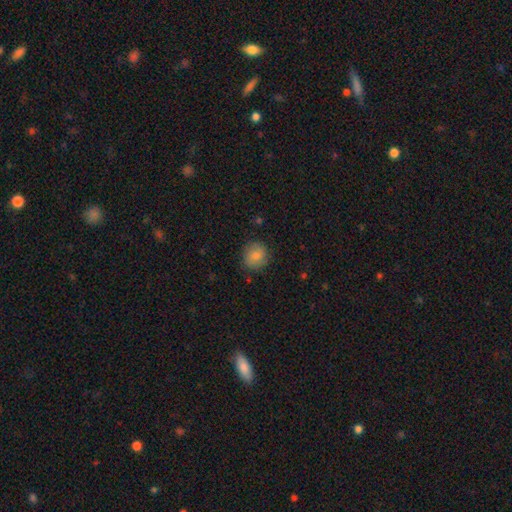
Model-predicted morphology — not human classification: Smooth or featured? smooth (83%)
How rounded? round (84%)
Merging? none (84%)